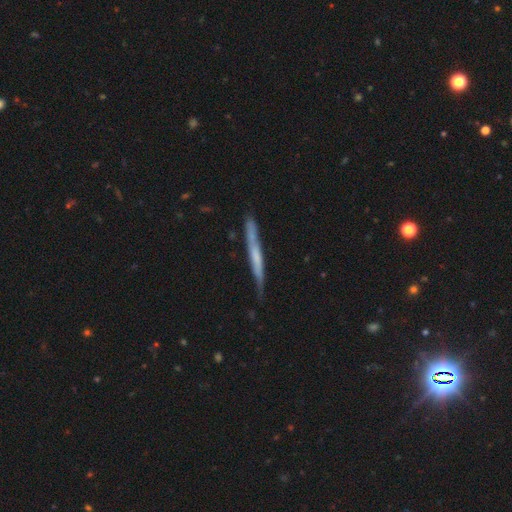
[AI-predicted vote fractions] Smooth or featured? Predicted: featured or disk (p=0.55). Edge-on disk? Predicted: yes (p=0.93). Edge-on bulge? Predicted: none (p=0.73). Merging? Predicted: none (p=0.76).